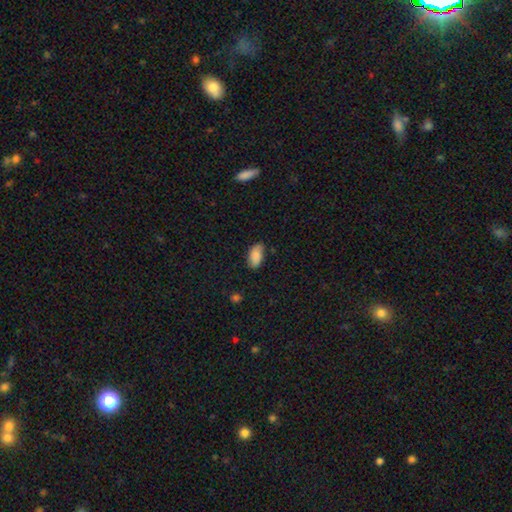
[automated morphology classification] Smooth or featured?
  - smooth: 82% *
  - featured or disk: 10%
  - star or artifact: 8%
How rounded?
  - in between: 94% *
  - round: 4%
  - cigar-shaped: 3%
Merging?
  - none: 67% *
  - minor disturbance: 26%
  - major disturbance: 5%
  - merger: 2%